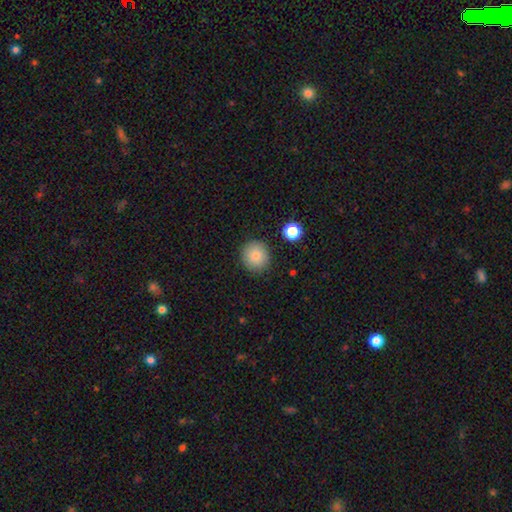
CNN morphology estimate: Q: Smooth or featured?
A: smooth (83%); runner-up: star or artifact (10%)
Q: How rounded?
A: round (92%); runner-up: in between (7%)
Q: Merging?
A: none (88%); runner-up: minor disturbance (7%)